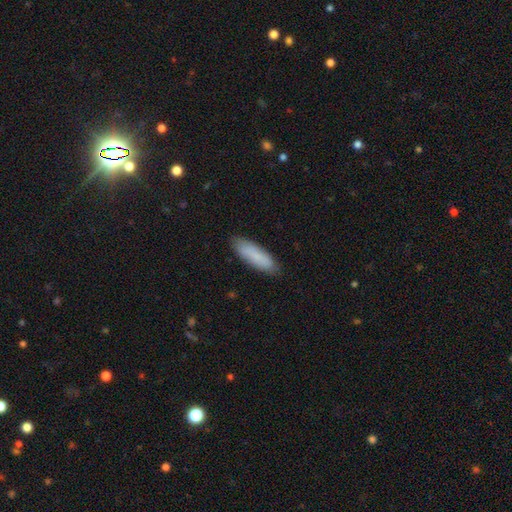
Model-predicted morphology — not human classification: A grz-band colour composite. It shows a smooth galaxy with no disk features (83%) that is cigar-shaped (53%). Merging: none (85%).